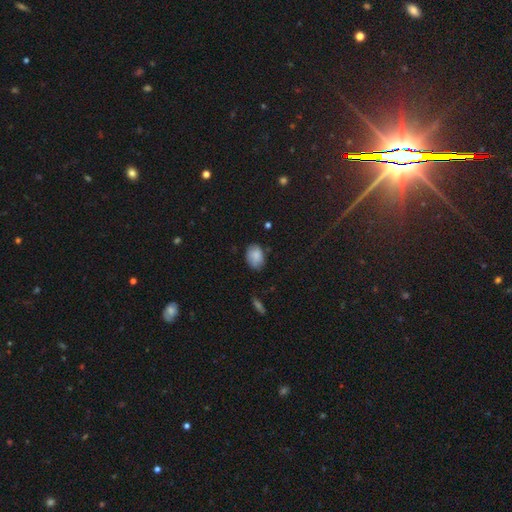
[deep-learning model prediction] smooth-or-featured: smooth: 83% | featured or disk: 9% | star or artifact: 8%
  how-rounded: in between: 73% | round: 26% | cigar-shaped: 1%
  merging: none: 70% | minor disturbance: 24% | major disturbance: 4% | merger: 2%